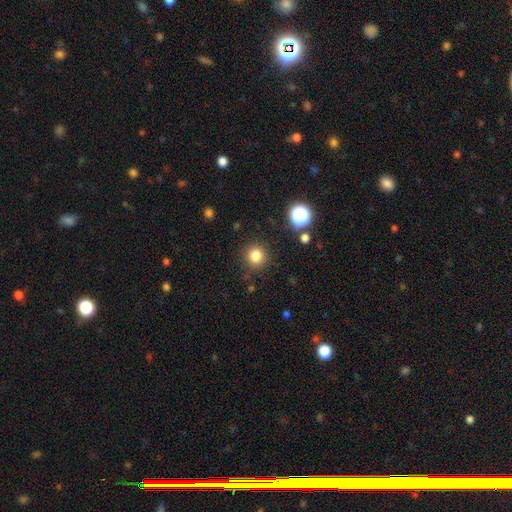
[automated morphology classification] This appears to be a smooth galaxy with no disk features (81%) that is round (93%). Merging: none (88%).